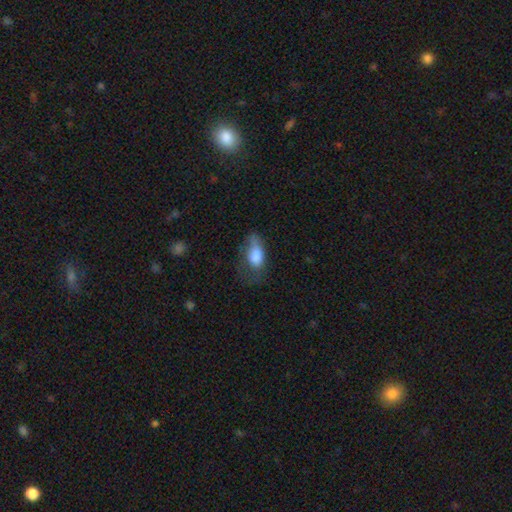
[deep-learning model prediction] smooth 77%, featured or disk 15%, star or artifact 8%. Down the decision tree: how rounded — in between (88%); merging — major disturbance (35%).